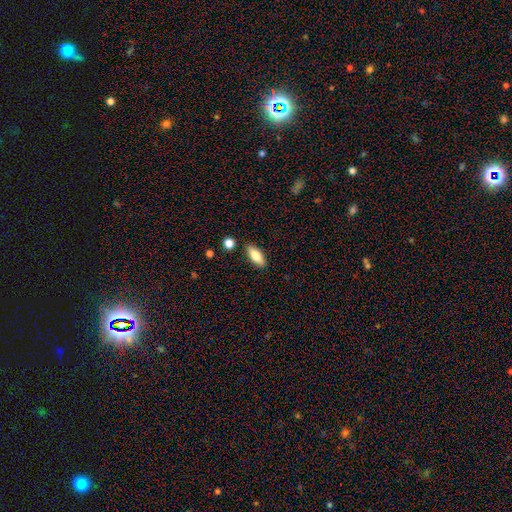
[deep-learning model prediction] Smooth or featured? smooth (72%)
How rounded? in between (75%)
Merging? none (87%)